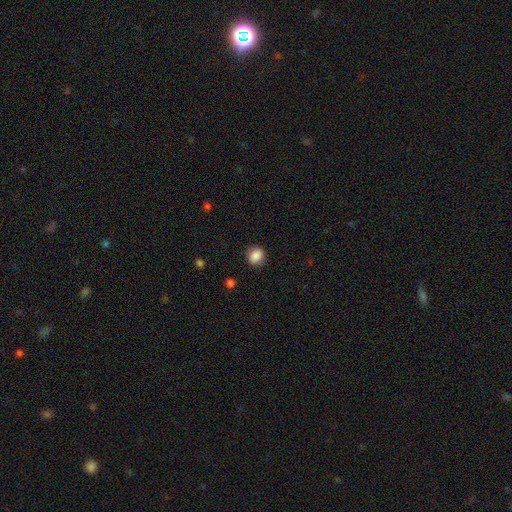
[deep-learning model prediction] Overall: smooth (86%). How rounded: round (64%; in between 35%). Merging: none (86%).